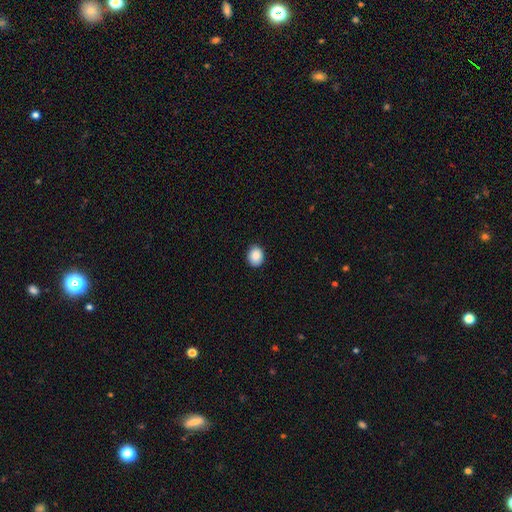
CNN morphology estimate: A smooth galaxy with no disk features (88%) that is round (58%).

Vote fractions:
- Smooth or featured? smooth: 88% / star or artifact: 8% / featured or disk: 4%
- How rounded? round: 58% / in between: 41% / cigar-shaped: 1%
- Merging? none: 88% / minor disturbance: 9% / major disturbance: 2% / merger: 1%